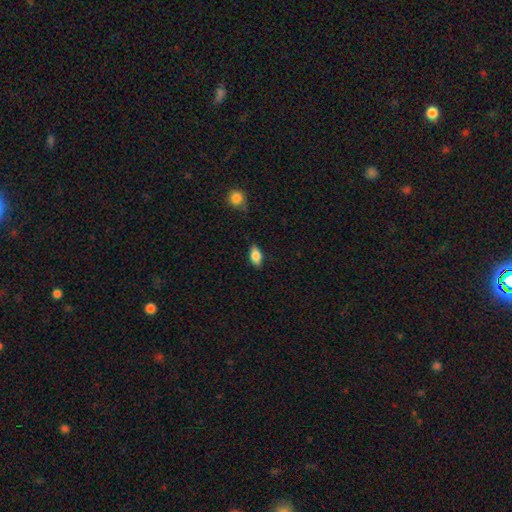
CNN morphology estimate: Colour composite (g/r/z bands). It shows a smooth galaxy with no disk features (81%) that is in between round and cigar-shaped (88%). Merging: none (83%).